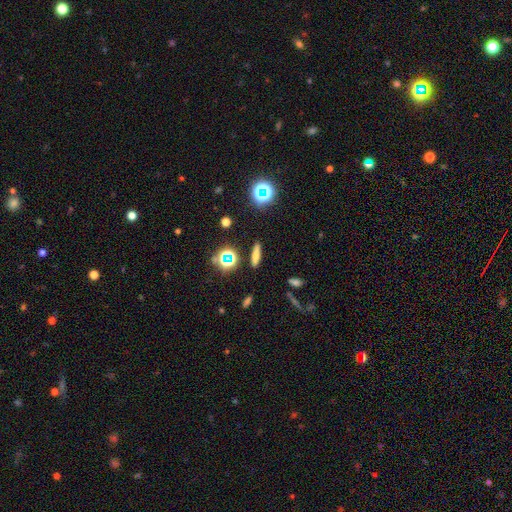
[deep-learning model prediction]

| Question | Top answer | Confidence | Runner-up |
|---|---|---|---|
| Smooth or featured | smooth | 59% | featured or disk (21%) |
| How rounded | cigar-shaped | 71% | in between (21%) |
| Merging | none | 86% | minor disturbance (8%) |